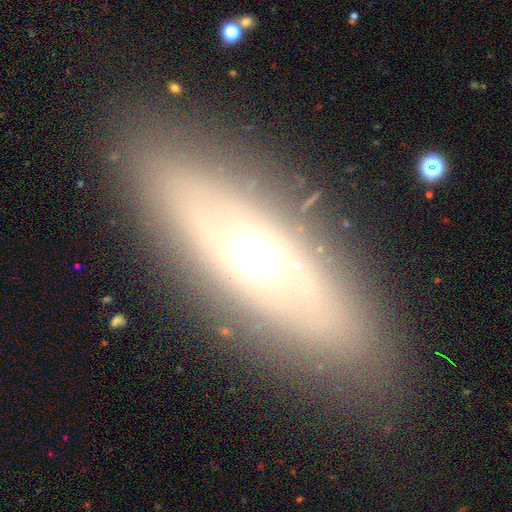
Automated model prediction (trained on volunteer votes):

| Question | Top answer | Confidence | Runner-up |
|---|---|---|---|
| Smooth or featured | featured or disk | 63% | smooth (29%) |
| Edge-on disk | no | 67% | yes (33%) |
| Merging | none | 85% | minor disturbance (10%) |